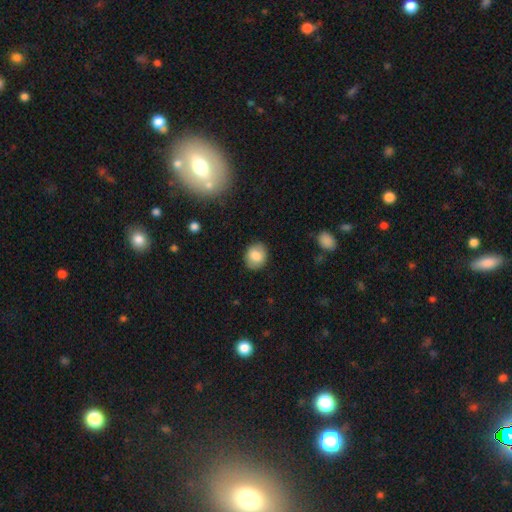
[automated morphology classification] type=smooth (80%); roundness=round (55%); merging=none (87%).